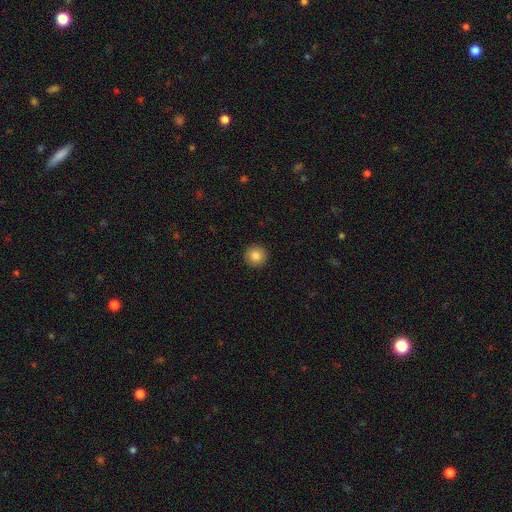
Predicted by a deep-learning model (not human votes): Smooth or featured?
  - smooth: 86% *
  - star or artifact: 9%
  - featured or disk: 5%
How rounded?
  - round: 96% *
  - in between: 3%
  - cigar-shaped: 1%
Merging?
  - none: 93% *
  - minor disturbance: 4%
  - major disturbance: 1%
  - merger: 1%